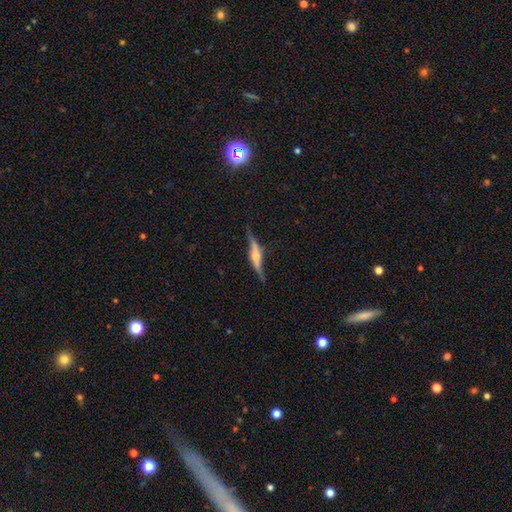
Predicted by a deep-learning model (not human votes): Morphology: type=featured or disk (75%); edge-on=yes (87%); edge-on bulge=rounded (79%); merging=none (71%).